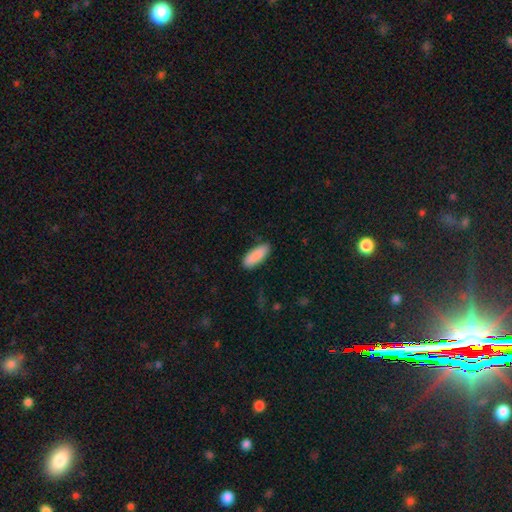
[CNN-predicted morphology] Smooth or featured: smooth — 90% (star or artifact — 6%)
How rounded: in between — 66% (cigar-shaped — 33%)
Merging: none — 85% (minor disturbance — 11%)